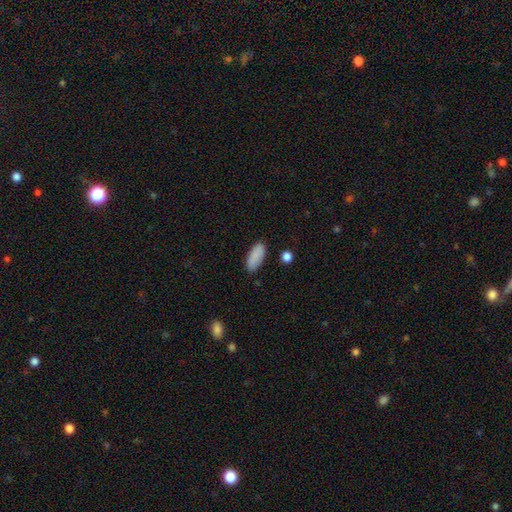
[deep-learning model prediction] smooth 88%, star or artifact 7%, featured or disk 5%. Down the decision tree: how rounded — in between (80%); merging — none (84%).